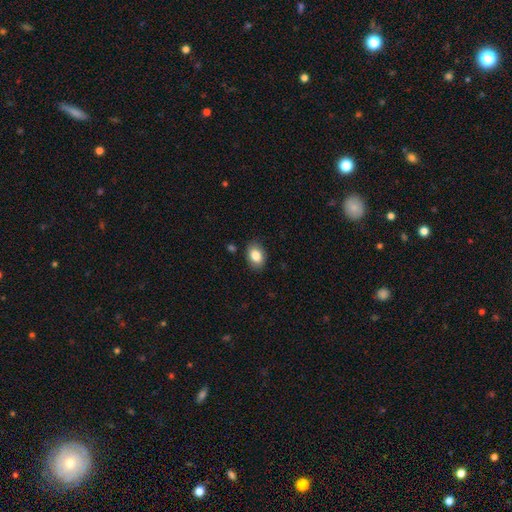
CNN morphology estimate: Smooth or featured: smooth — 83% (featured or disk — 10%)
How rounded: in between — 82% (round — 17%)
Merging: none — 85% (minor disturbance — 11%)